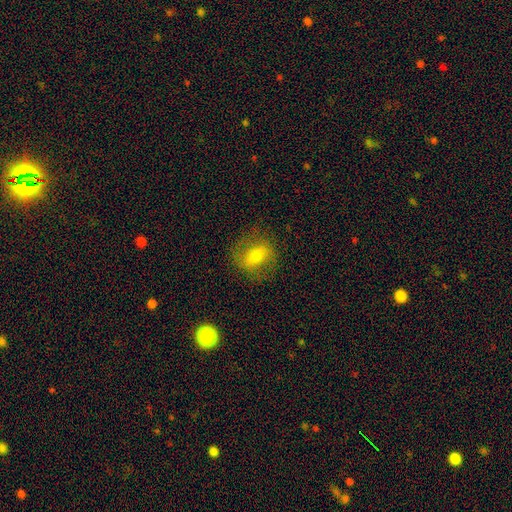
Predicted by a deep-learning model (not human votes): A smooth galaxy with no disk features (51%) that is in between round and cigar-shaped (50%). Merging: none (77%).